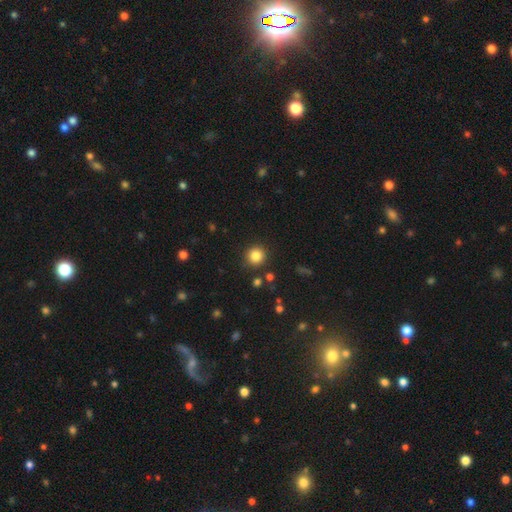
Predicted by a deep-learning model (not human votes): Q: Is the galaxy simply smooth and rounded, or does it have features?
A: smooth — 84%.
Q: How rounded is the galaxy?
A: round — 93%.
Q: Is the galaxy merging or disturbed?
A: none — 89%.